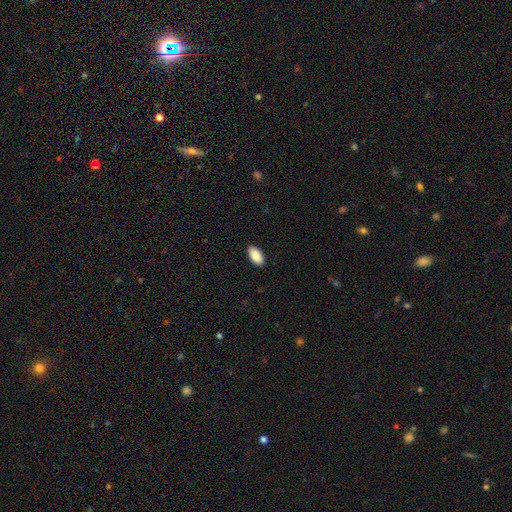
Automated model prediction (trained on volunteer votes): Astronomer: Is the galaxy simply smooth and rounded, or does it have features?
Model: smooth — 89%.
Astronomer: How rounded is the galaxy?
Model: in between — 95%.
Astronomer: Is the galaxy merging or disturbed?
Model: none — 90%.